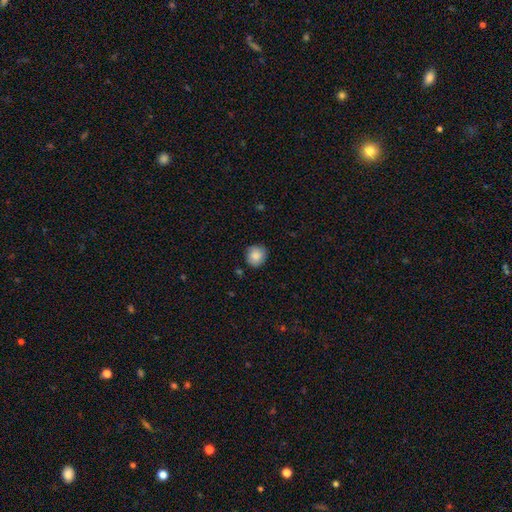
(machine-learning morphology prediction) A smooth galaxy with no disk features (84%) that is round (86%).

Vote fractions:
- Smooth or featured? smooth: 84% / featured or disk: 8% / star or artifact: 8%
- How rounded? round: 86% / in between: 13% / cigar-shaped: 1%
- Merging? none: 81% / minor disturbance: 15% / major disturbance: 3% / merger: 2%